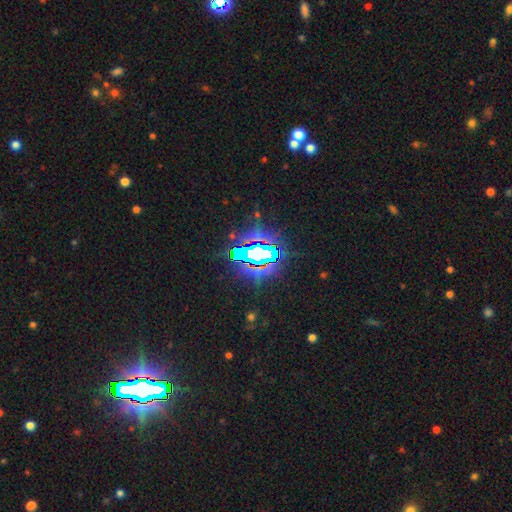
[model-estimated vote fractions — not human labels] Q: Smooth or featured?
A: star or artifact (73%); runner-up: smooth (14%)